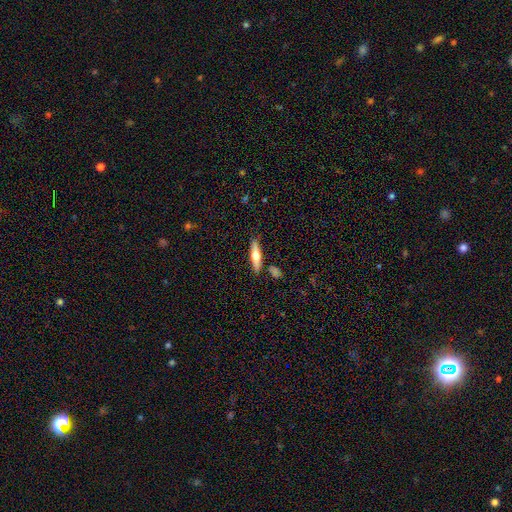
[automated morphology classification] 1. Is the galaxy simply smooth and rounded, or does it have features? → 50% featured or disk, 44% smooth, 6% star or artifact.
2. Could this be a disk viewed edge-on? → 93% yes, 7% no.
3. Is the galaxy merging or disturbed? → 84% none, 10% minor disturbance, 4% merger, 2% major disturbance.